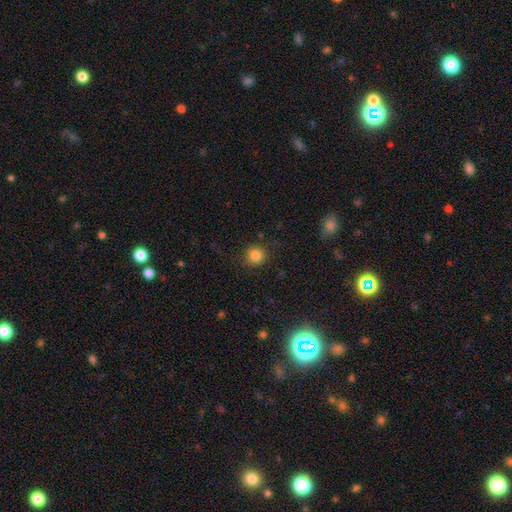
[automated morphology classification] Smooth or featured?
  - smooth: 83% *
  - star or artifact: 12%
  - featured or disk: 5%
How rounded?
  - round: 88% *
  - in between: 11%
  - cigar-shaped: 1%
Merging?
  - none: 84% *
  - minor disturbance: 11%
  - major disturbance: 4%
  - merger: 1%